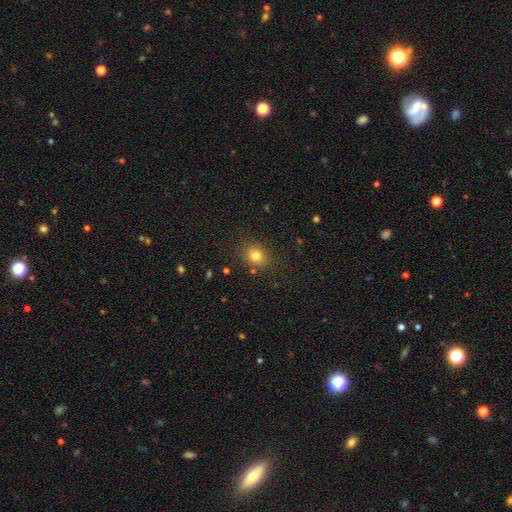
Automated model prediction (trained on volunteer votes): This is likely a smooth galaxy (79%). How rounded: likely round (60%). Merging: clearly none (84%).